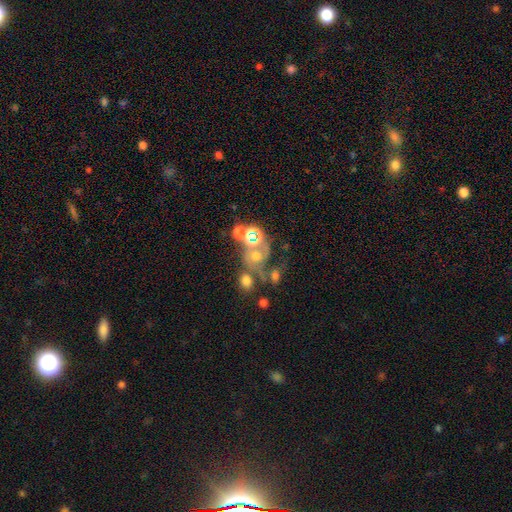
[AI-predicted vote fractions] Smooth or featured? Predicted: smooth (p=0.36). Merging? Predicted: none (p=0.36).